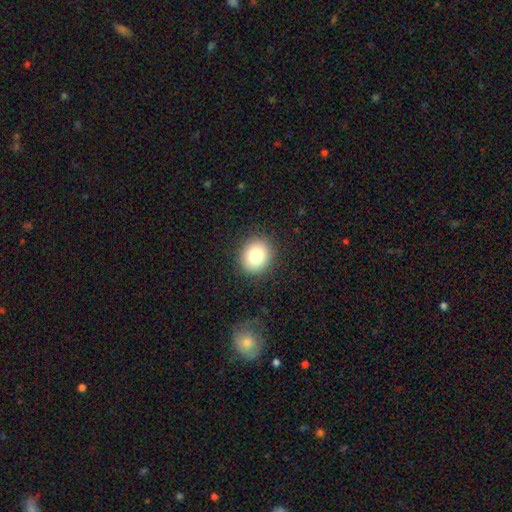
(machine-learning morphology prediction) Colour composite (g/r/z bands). It shows a smooth galaxy with no disk features (83%) that is round (73%). Merging: none (88%).